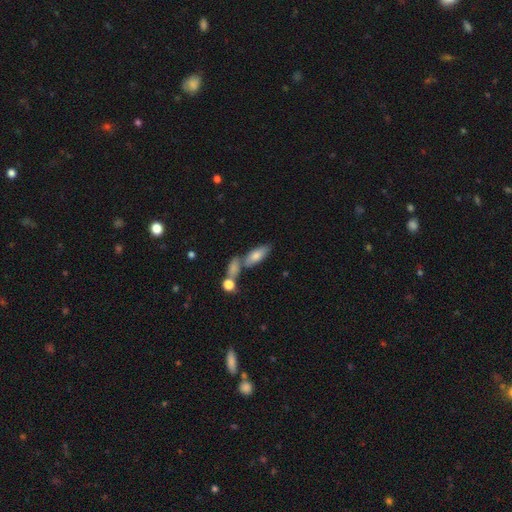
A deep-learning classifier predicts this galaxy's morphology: A smooth galaxy with no disk features (70%) that is in between round and cigar-shaped (70%).

Vote fractions:
- Smooth or featured? smooth: 70% / featured or disk: 21% / star or artifact: 9%
- How rounded? in between: 70% / cigar-shaped: 26% / round: 3%
- Merging? none: 51% / merger: 30% / minor disturbance: 13% / major disturbance: 5%